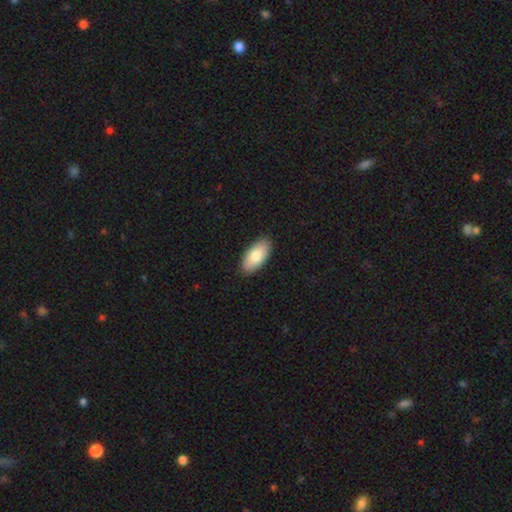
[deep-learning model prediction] Smooth or featured? Predicted: smooth (p=0.82). How rounded? Predicted: in between (p=0.93). Merging? Predicted: none (p=0.88).